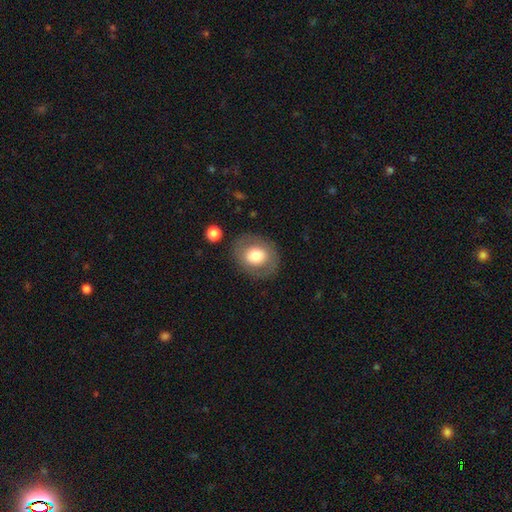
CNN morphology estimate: smooth 67%, featured or disk 25%, star or artifact 8%. Down the decision tree: how rounded — round (60%); merging — none (82%).